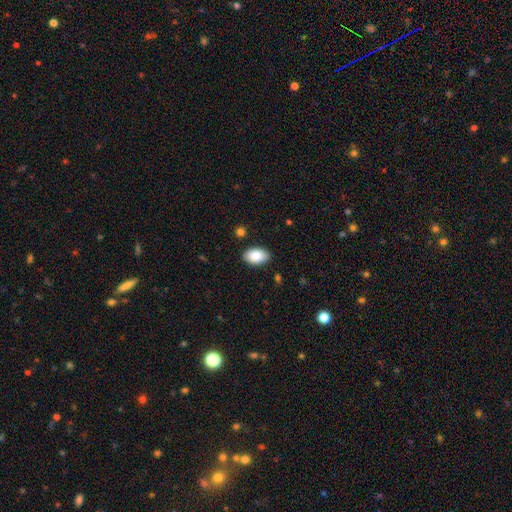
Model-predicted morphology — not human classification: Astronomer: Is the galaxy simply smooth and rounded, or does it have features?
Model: smooth — 86%.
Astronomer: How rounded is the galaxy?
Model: in between — 93%.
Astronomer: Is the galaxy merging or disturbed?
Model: none — 88%.